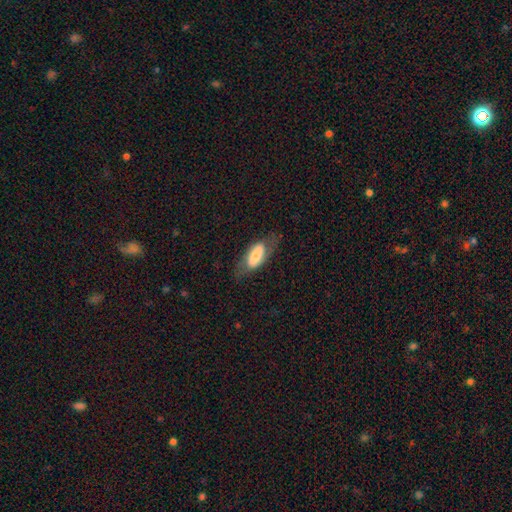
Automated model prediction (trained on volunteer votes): smooth_or_featured: smooth (p=0.56) [alt: featured or disk p=0.37]
how_rounded: in between (p=0.83) [alt: cigar-shaped p=0.14]
merging: none (p=0.63) [alt: minor disturbance p=0.22]